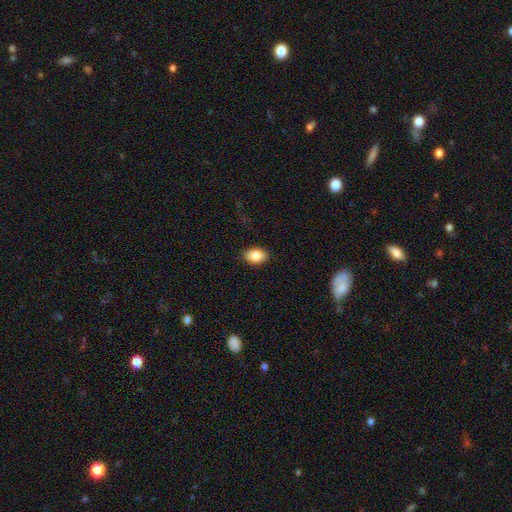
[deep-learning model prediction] Smooth or featured? Predicted: smooth (p=0.86). How rounded? Predicted: in between (p=0.86). Merging? Predicted: none (p=0.87).